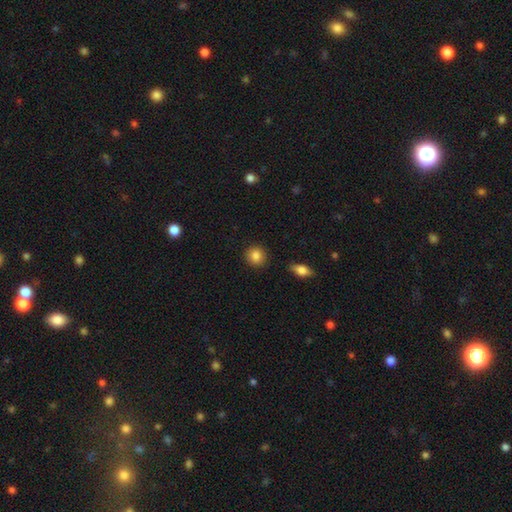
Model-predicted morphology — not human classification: Smooth or featured: smooth — 85% (star or artifact — 9%)
How rounded: round — 86% (in between — 13%)
Merging: none — 90% (minor disturbance — 7%)